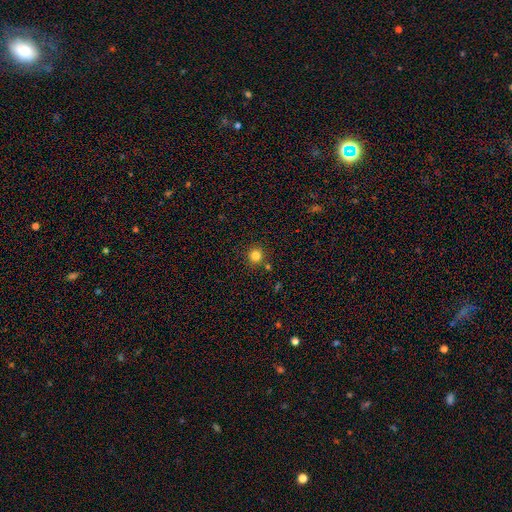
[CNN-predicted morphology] Smooth or featured? smooth (82%)
How rounded? round (94%)
Merging? none (86%)